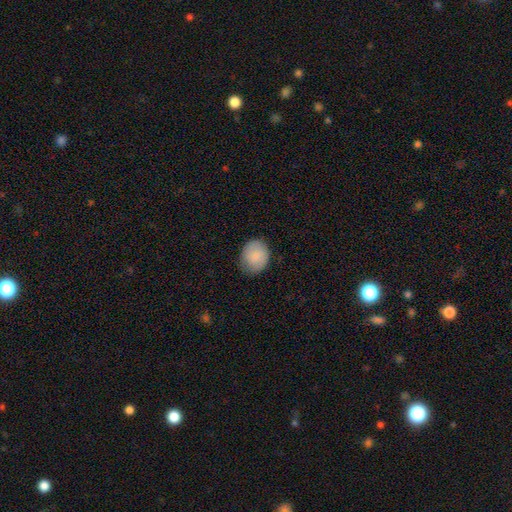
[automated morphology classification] smooth 82%, featured or disk 11%, star or artifact 7%. Down the decision tree: how rounded — round (61%); merging — none (77%).